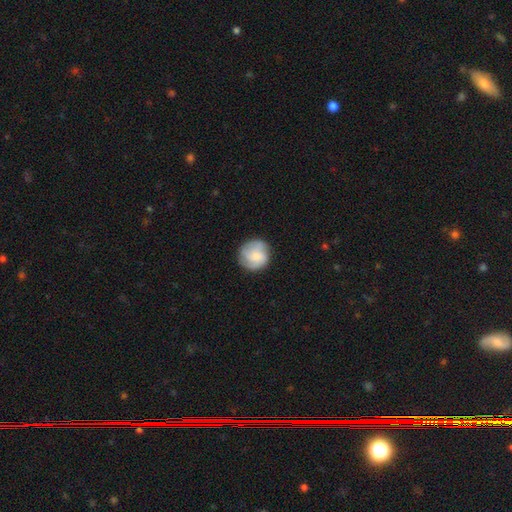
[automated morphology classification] The model was most divided on "smooth or featured": smooth: 56%, featured or disk: 37%, star or artifact: 7%. More confident: how rounded — round (92%); merging — none (81%).